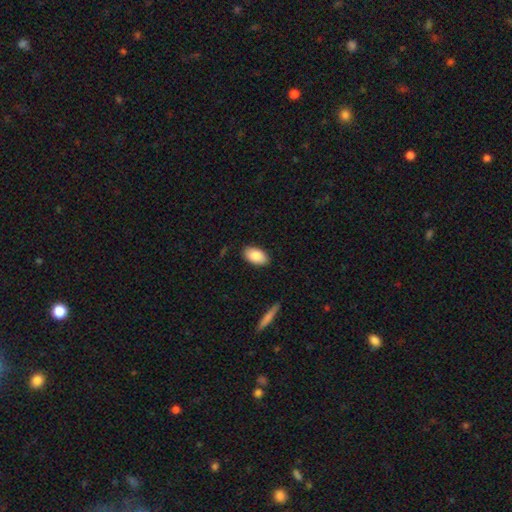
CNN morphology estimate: Q: Smooth or featured?
A: smooth (87%); runner-up: featured or disk (7%)
Q: How rounded?
A: in between (94%); runner-up: round (4%)
Q: Merging?
A: none (87%); runner-up: minor disturbance (10%)